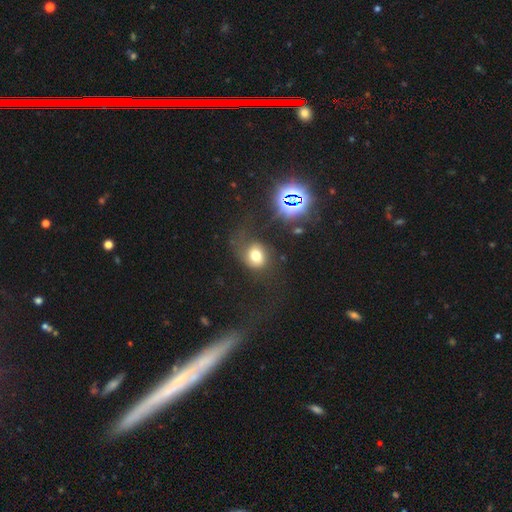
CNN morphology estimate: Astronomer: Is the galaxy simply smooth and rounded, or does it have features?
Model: smooth — 63%.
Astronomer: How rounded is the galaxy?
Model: round — 56% (runner-up: in between, 43%).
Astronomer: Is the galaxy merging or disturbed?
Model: none — 49% (runner-up: major disturbance, 26%).